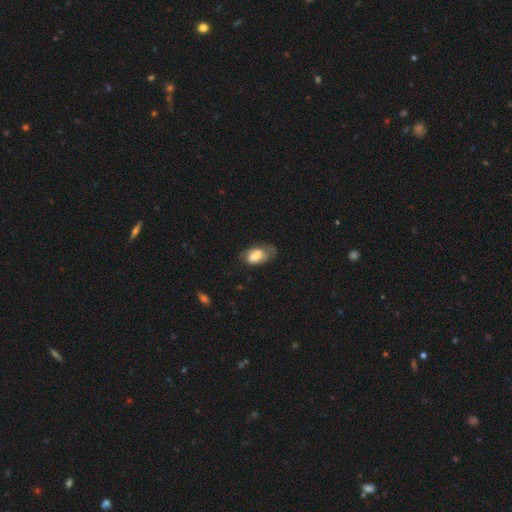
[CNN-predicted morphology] Q: Smooth or featured?
A: smooth (73%); runner-up: featured or disk (19%)
Q: How rounded?
A: in between (91%); runner-up: round (6%)
Q: Merging?
A: none (35%); tied with: minor disturbance (35%)